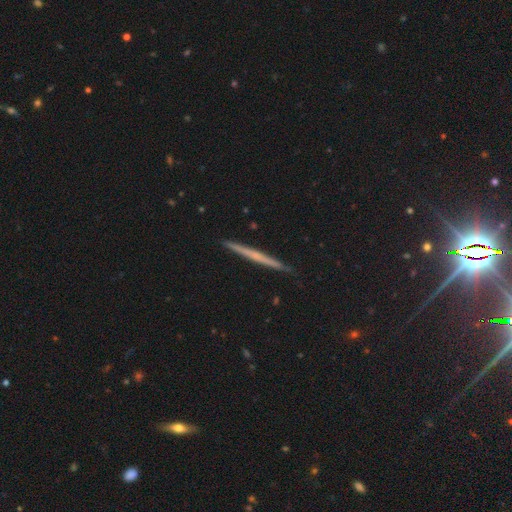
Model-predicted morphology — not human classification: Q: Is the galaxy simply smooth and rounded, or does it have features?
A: featured or disk — 59%.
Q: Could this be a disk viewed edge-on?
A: yes — 98%.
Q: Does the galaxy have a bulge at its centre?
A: none — 78%.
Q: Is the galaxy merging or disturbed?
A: none — 92%.